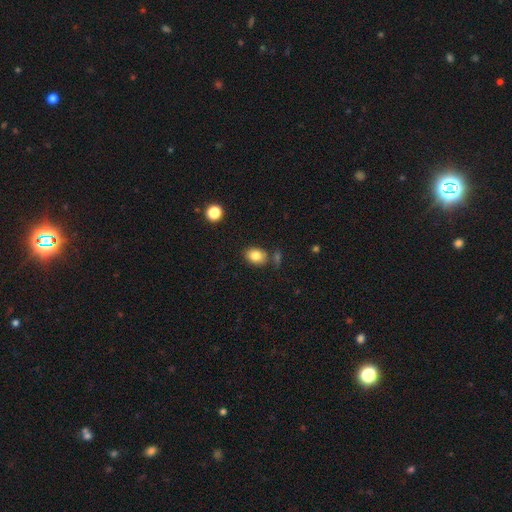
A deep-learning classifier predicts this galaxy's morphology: A smooth galaxy with no disk features (82%) that is in between round and cigar-shaped (67%). Merging: none (75%).